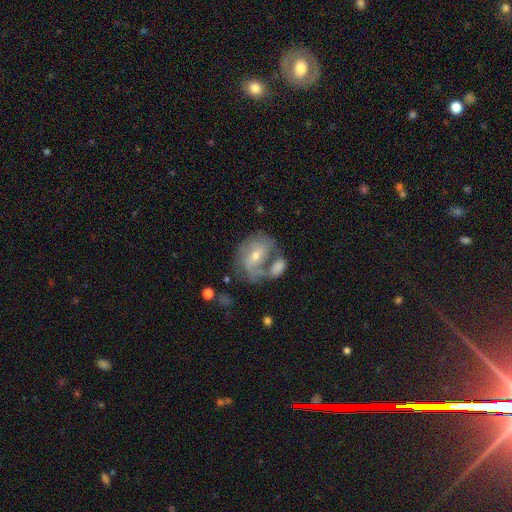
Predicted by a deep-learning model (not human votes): The model was most divided on "bar": weak: 41%, no: 39%, strong: 20%. Remaining: edge-on disk — no (95%); spiral arms — yes (67%); smooth or featured — featured or disk (64%); bulge size — small (52%); merging — merger (40%).